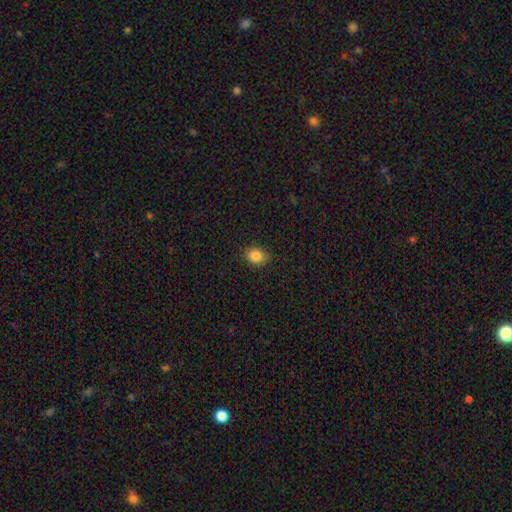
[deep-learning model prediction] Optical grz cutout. It shows a smooth galaxy with no disk features (85%) that is in between round and cigar-shaped (52%). Merging: none (86%).